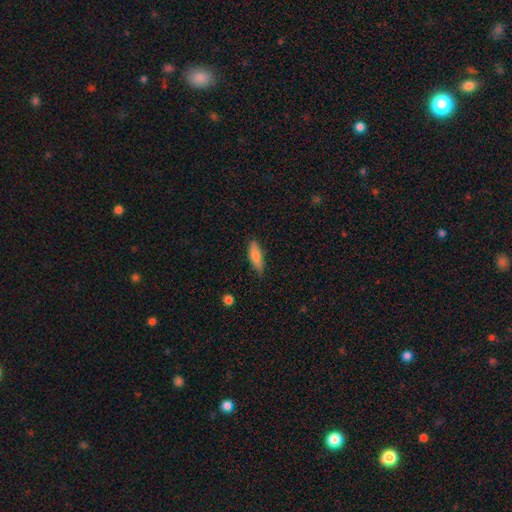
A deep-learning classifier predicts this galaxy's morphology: The model was most divided on "how rounded": cigar-shaped: 58%, in between: 40%, round: 2%. More confident: merging — none (79%); smooth or featured — smooth (73%).